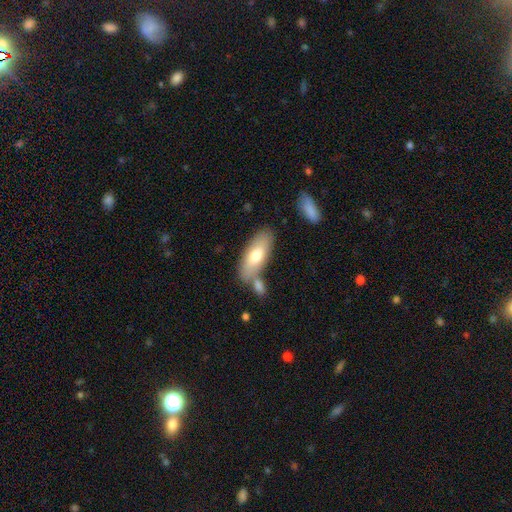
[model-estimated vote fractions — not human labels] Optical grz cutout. It shows a smooth galaxy with no disk features (71%) that is in between round and cigar-shaped (77%). Merging: none (64%).